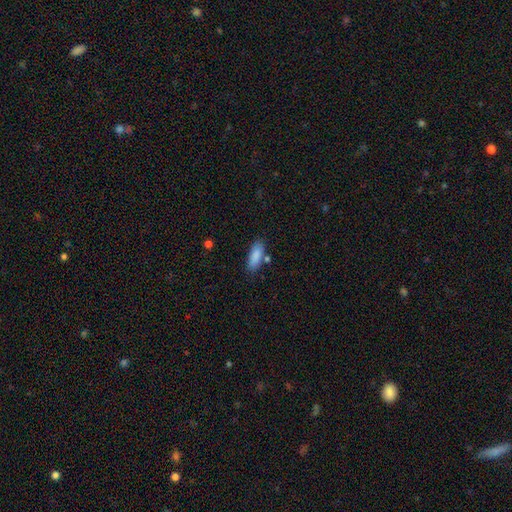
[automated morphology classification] A smooth galaxy with no disk features (87%) that is in between round and cigar-shaped (74%). Merging: none (75%).